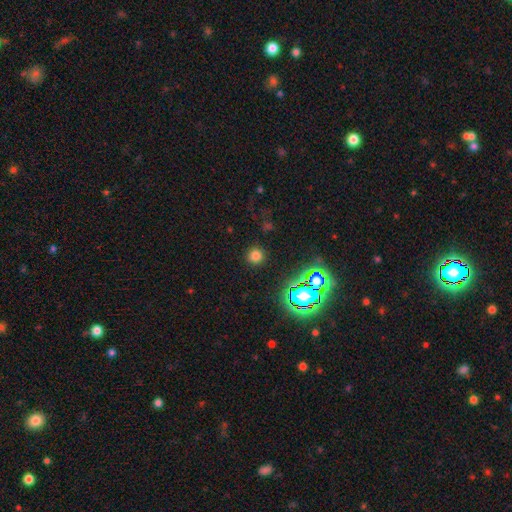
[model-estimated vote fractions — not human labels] A smooth galaxy with no disk features (71%) that is round (93%). Merging: none (89%).